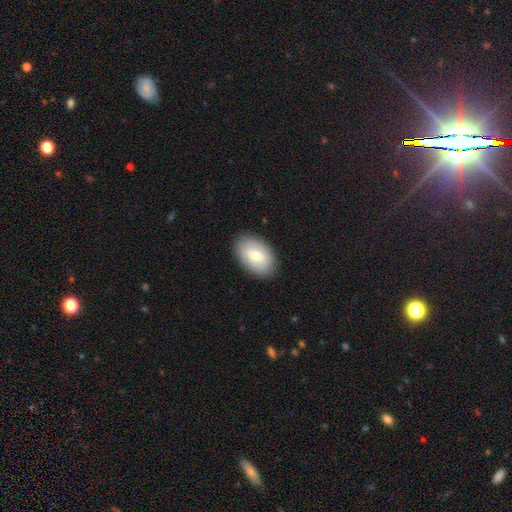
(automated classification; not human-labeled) smooth-or-featured: smooth: 66% | featured or disk: 27% | star or artifact: 7%
  how-rounded: in between: 90% | round: 8% | cigar-shaped: 1%
  merging: none: 88% | minor disturbance: 9% | major disturbance: 2% | merger: 1%